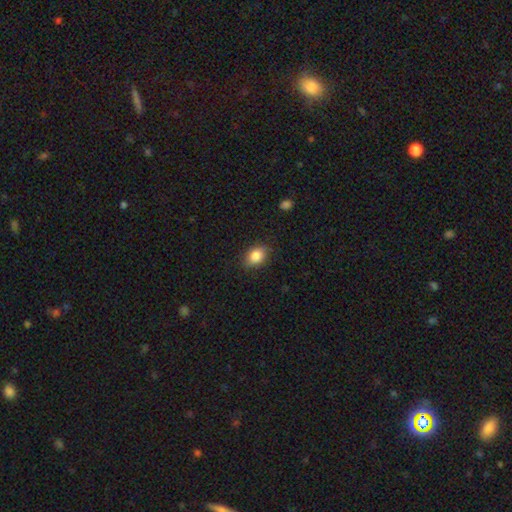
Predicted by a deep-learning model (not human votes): This appears to be a smooth galaxy with no disk features (85%) that is in between round and cigar-shaped (75%). Merging: none (83%).